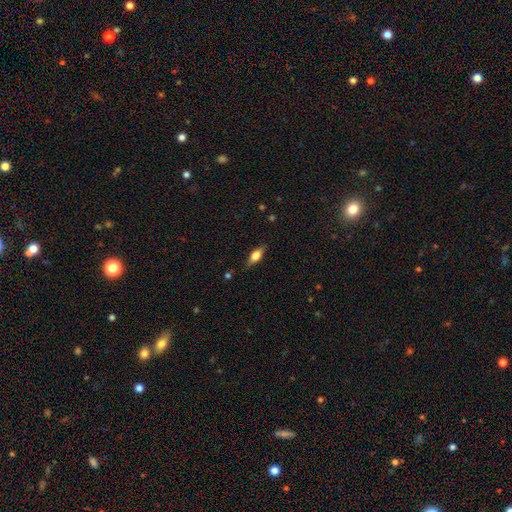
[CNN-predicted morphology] smooth-or-featured: smooth: 68% | featured or disk: 24% | star or artifact: 8%
  how-rounded: in between: 74% | cigar-shaped: 23% | round: 4%
  merging: none: 81% | minor disturbance: 14% | major disturbance: 3% | merger: 1%